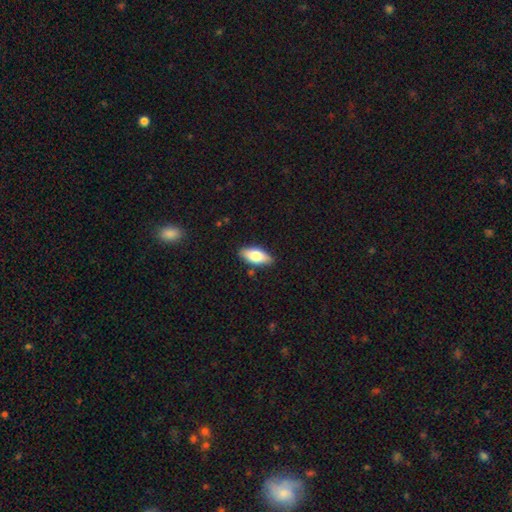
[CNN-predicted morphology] A smooth galaxy with no disk features (75%) that is in between round and cigar-shaped (85%).

Vote fractions:
- Smooth or featured? smooth: 75% / featured or disk: 19% / star or artifact: 6%
- How rounded? in between: 85% / cigar-shaped: 13% / round: 3%
- Merging? none: 86% / minor disturbance: 11% / major disturbance: 2% / merger: 2%